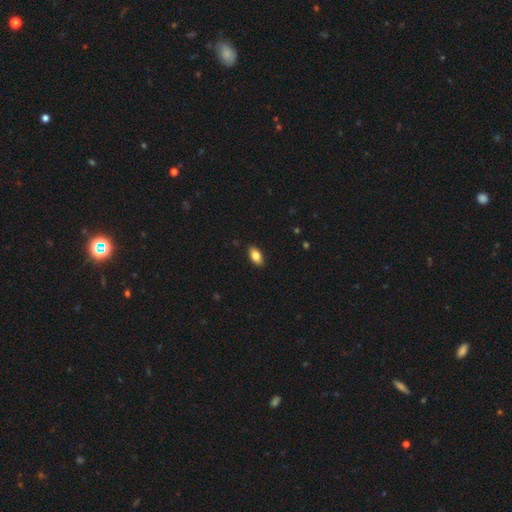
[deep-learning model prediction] smooth-or-featured: smooth: 83% | featured or disk: 10% | star or artifact: 7%
  how-rounded: in between: 92% | round: 4% | cigar-shaped: 4%
  merging: none: 89% | minor disturbance: 9% | major disturbance: 2% | merger: 1%